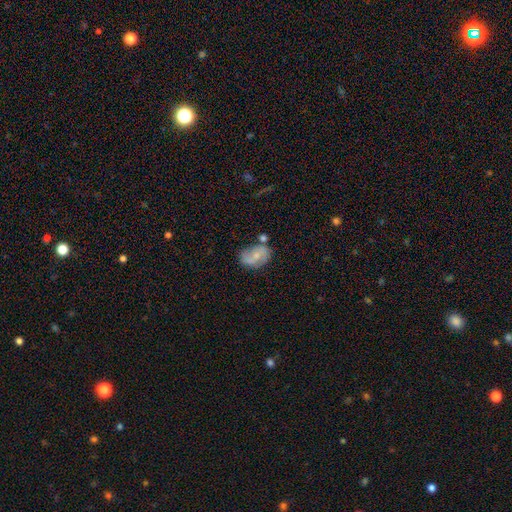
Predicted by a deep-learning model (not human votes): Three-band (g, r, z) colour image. It shows a featured or disk galaxy (52%) with no bar (59%), spiral arms (77%) and a small central bulge (56%). Merging: none (57%).